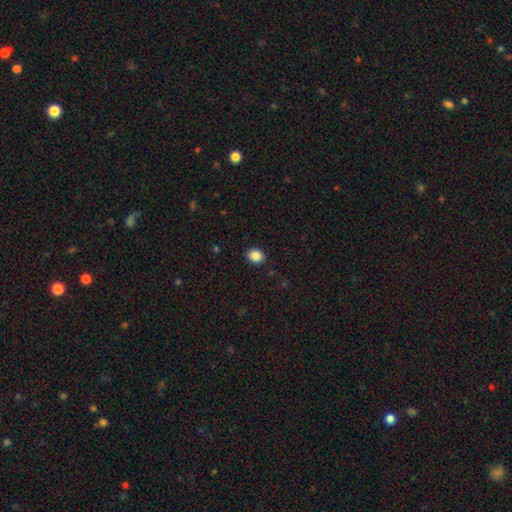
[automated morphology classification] smooth-or-featured: smooth: 87% | star or artifact: 9% | featured or disk: 4%
  how-rounded: round: 65% | in between: 34% | cigar-shaped: 1%
  merging: none: 91% | minor disturbance: 6% | major disturbance: 2% | merger: 1%